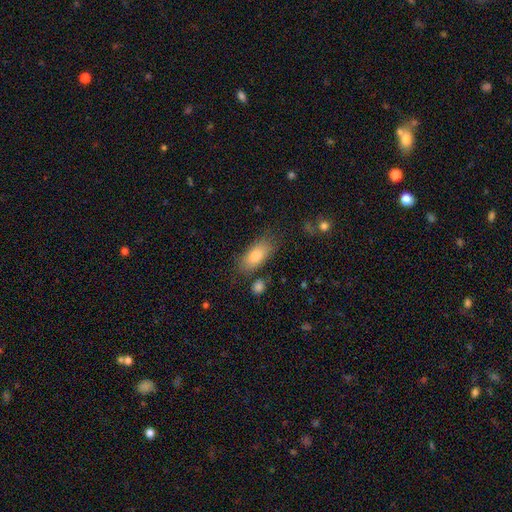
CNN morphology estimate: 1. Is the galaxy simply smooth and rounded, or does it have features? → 81% smooth, 12% featured or disk, 7% star or artifact.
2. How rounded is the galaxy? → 86% in between, 10% cigar-shaped, 4% round.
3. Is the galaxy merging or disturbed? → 74% none, 16% minor disturbance, 5% merger, 5% major disturbance.